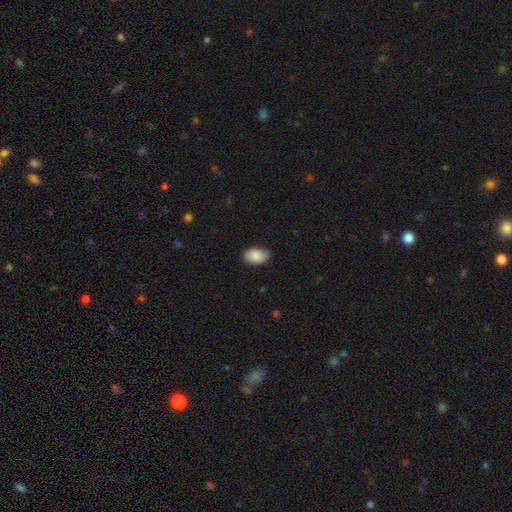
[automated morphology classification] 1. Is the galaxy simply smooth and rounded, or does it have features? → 78% smooth, 15% featured or disk, 7% star or artifact.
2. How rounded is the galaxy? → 91% in between, 8% round, 1% cigar-shaped.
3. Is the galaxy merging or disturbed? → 79% none, 17% minor disturbance, 3% major disturbance, 1% merger.